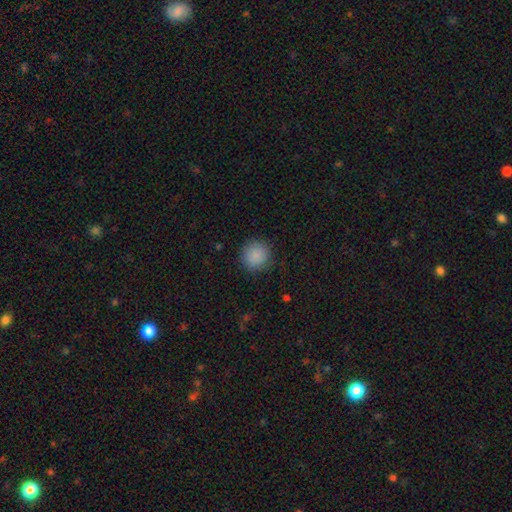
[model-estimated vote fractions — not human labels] smooth_or_featured: smooth (p=0.88) [alt: star or artifact p=0.09]
how_rounded: round (p=0.94) [alt: in between p=0.05]
merging: none (p=0.89) [alt: minor disturbance p=0.08]